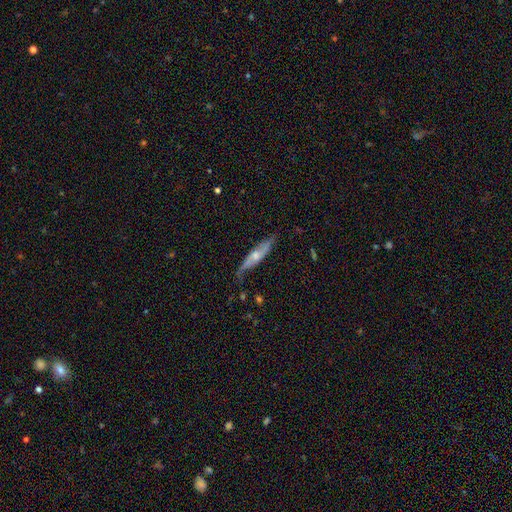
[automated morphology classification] Smooth or featured?
  - featured or disk: 57% *
  - smooth: 37%
  - star or artifact: 6%
Edge-on disk?
  - yes: 63% *
  - no: 37%
Merging?
  - none: 64% *
  - minor disturbance: 26%
  - major disturbance: 8%
  - merger: 2%